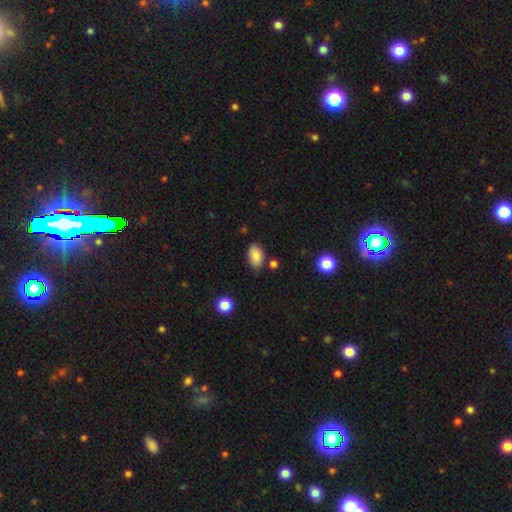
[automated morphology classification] This appears to be a smooth galaxy with no disk features (86%) that is in between round and cigar-shaped (91%). Merging: none (76%).